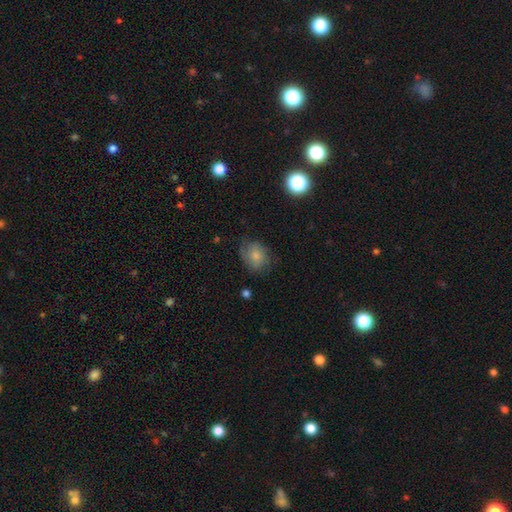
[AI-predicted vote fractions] Smooth or featured: smooth — 73% (featured or disk — 18%)
How rounded: round — 51% (in between — 48%)
Merging: none — 65% (minor disturbance — 25%)